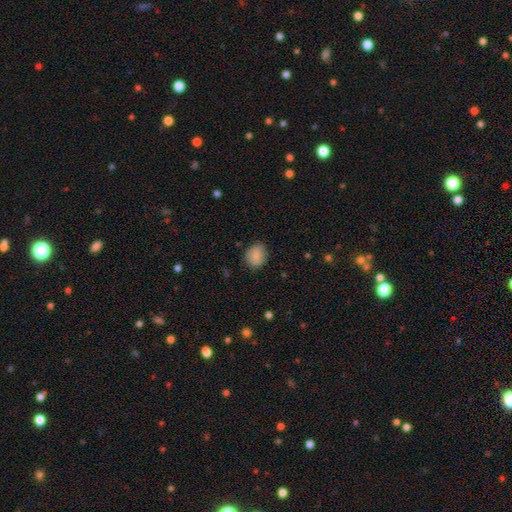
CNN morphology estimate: This appears to be a smooth galaxy with no disk features (86%) that is round (61%). Merging: none (82%).